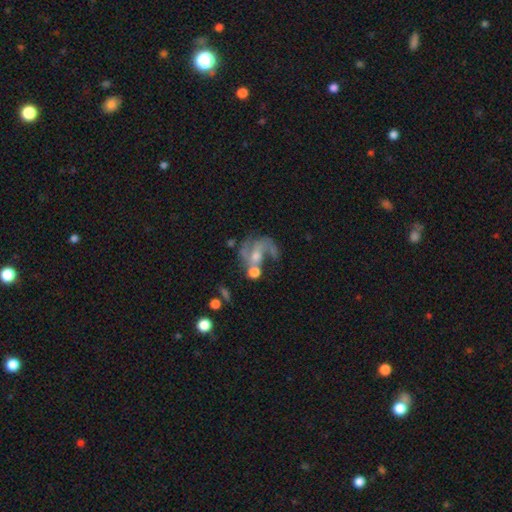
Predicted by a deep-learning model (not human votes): The model was most divided on "bulge size": small: 42%, moderate: 40%, none: 12%, large: 4%, dominant: 2%. Remaining: edge-on disk — no (97%); spiral arms — yes (85%); smooth or featured — featured or disk (74%); spiral arm count — 2 (57%); bar — no (51%); spiral winding — loose (45%); merging — none (34%).